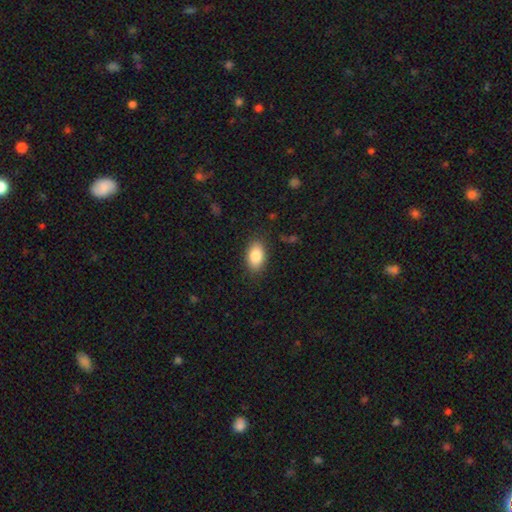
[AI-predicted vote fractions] This appears to be a smooth galaxy with no disk features (86%) that is in between round and cigar-shaped (91%). Merging: none (86%).